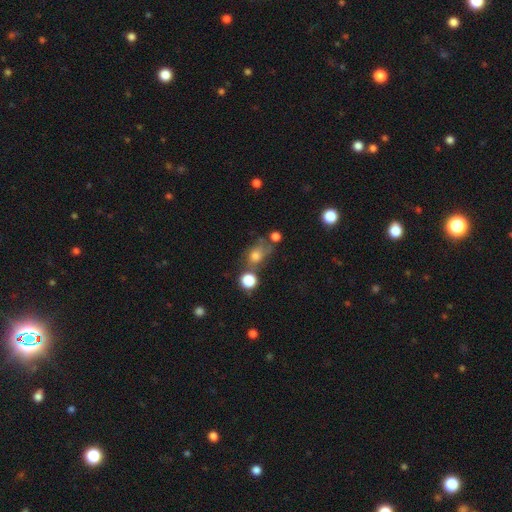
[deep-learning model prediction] Smooth or featured? smooth (67%)
How rounded? in between (54%)
Merging? none (43%)